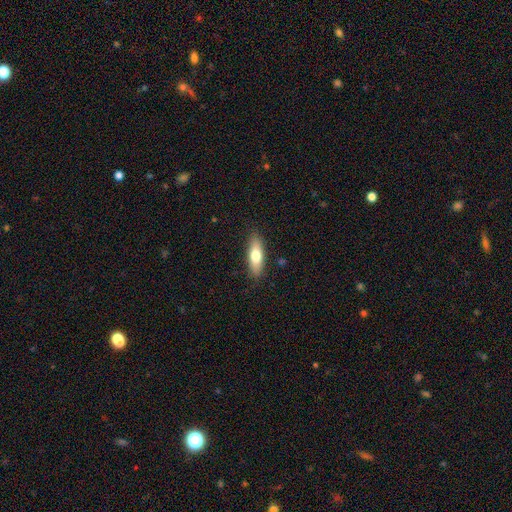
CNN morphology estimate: The model was most divided on "how rounded": in between: 59%, cigar-shaped: 38%, round: 3%. More confident: merging — none (86%); smooth or featured — smooth (71%).